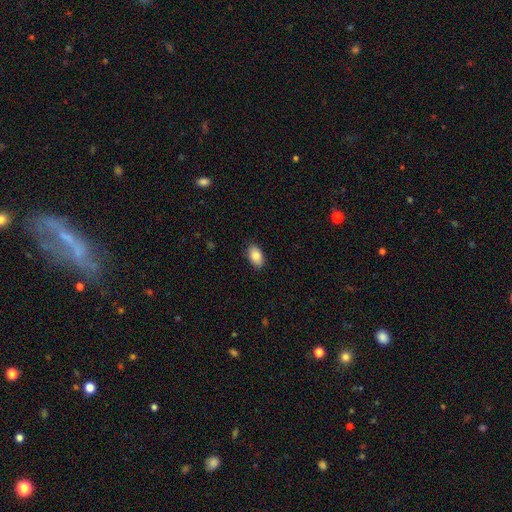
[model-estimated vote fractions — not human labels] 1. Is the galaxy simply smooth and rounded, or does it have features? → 84% smooth, 9% featured or disk, 7% star or artifact.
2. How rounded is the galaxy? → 93% in between, 6% round, 2% cigar-shaped.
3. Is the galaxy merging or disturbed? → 88% none, 10% minor disturbance, 2% major disturbance, 1% merger.